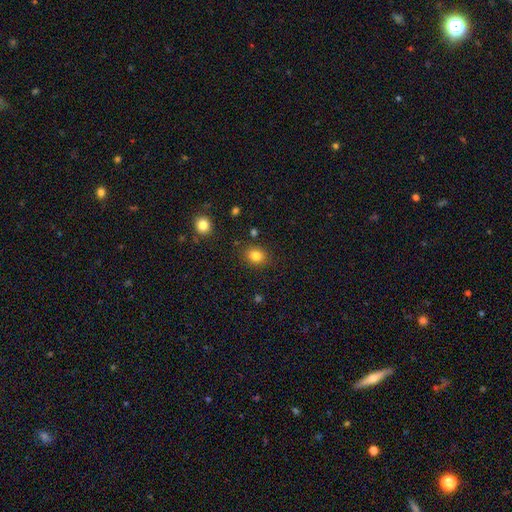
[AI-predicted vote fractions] Smooth or featured? smooth (82%)
How rounded? round (54%)
Merging? none (86%)